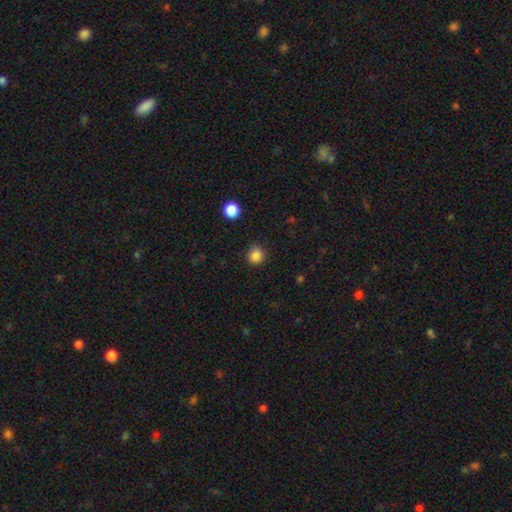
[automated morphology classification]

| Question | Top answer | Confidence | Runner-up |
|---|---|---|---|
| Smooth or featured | smooth | 85% | star or artifact (12%) |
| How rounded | round | 92% | in between (7%) |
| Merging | none | 89% | minor disturbance (7%) |